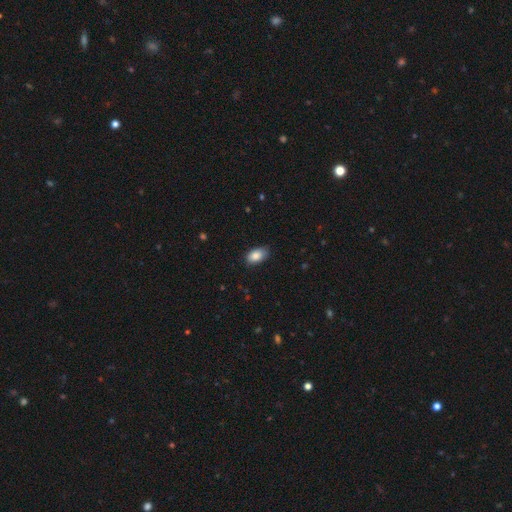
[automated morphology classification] smooth_or_featured: smooth (p=0.86) [alt: star or artifact p=0.07]
how_rounded: in between (p=0.92) [alt: round p=0.06]
merging: none (p=0.82) [alt: minor disturbance p=0.14]